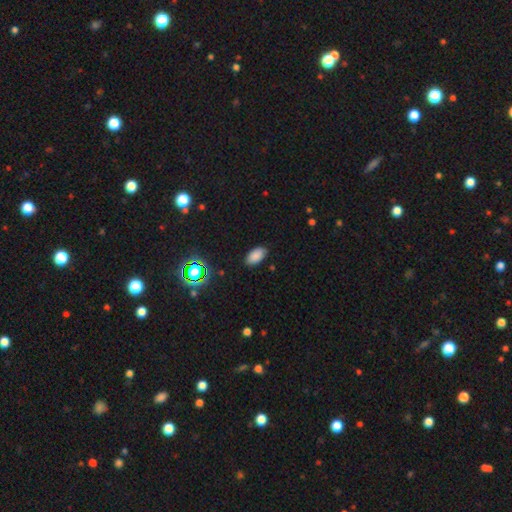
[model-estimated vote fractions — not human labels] A smooth galaxy with no disk features (83%) that is in between round and cigar-shaped (94%).

Vote fractions:
- Smooth or featured? smooth: 83% / star or artifact: 12% / featured or disk: 4%
- How rounded? in between: 94% / round: 4% / cigar-shaped: 2%
- Merging? none: 87% / minor disturbance: 10% / major disturbance: 2% / merger: 1%